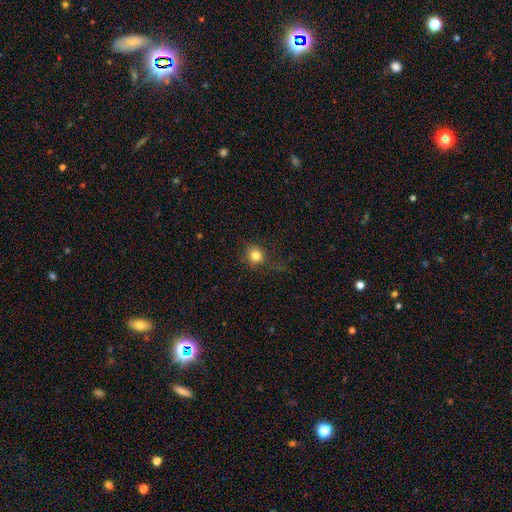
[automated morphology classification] This appears to be a smooth galaxy with no disk features (81%) that is round (83%). Merging: none (71%).